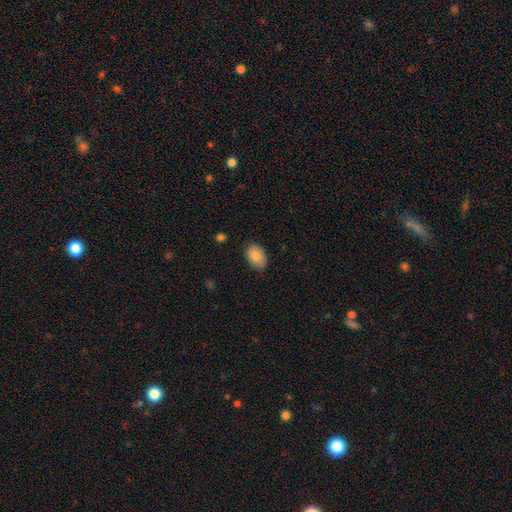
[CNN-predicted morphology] Smooth or featured: smooth — 84% (featured or disk — 9%)
How rounded: in between — 85% (round — 14%)
Merging: none — 80% (minor disturbance — 17%)